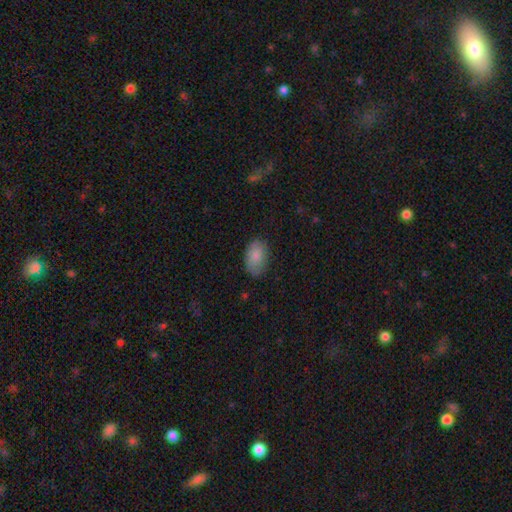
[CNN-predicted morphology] A smooth galaxy with no disk features (84%) that is in between round and cigar-shaped (91%). Merging: none (78%).